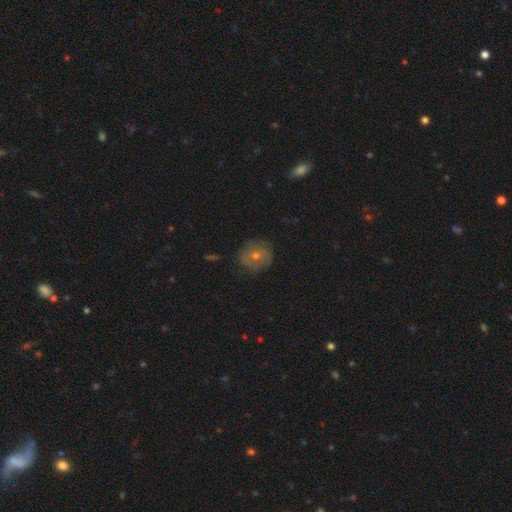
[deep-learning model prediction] smooth 51%, featured or disk 33%, star or artifact 16%. Down the decision tree: how rounded — round (87%); merging — none (81%).